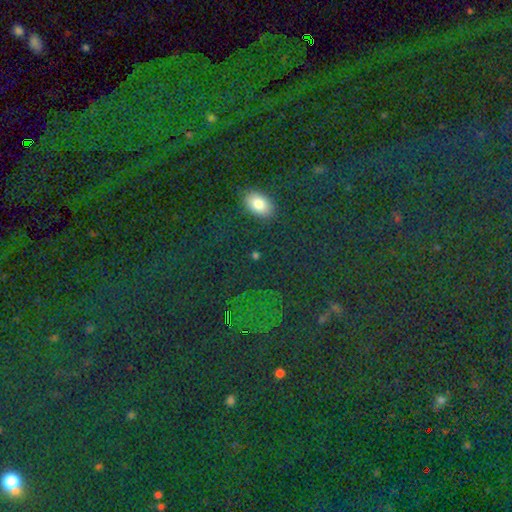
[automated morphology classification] The model was most divided on "smooth or featured": smooth: 72%, star or artifact: 20%, featured or disk: 8%. More confident: merging — none (87%); how rounded — in between (83%).